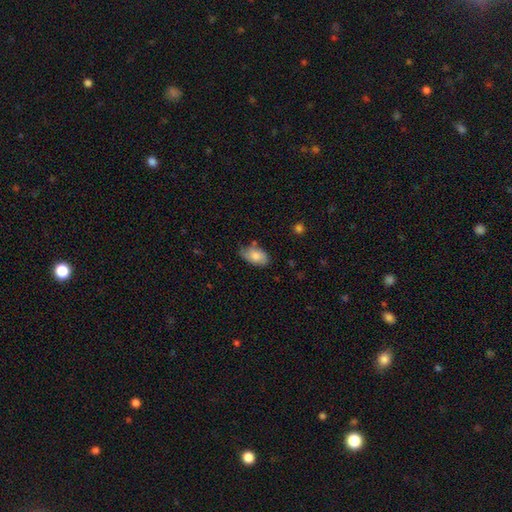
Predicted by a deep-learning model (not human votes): Morphology: type=smooth (78%); roundness=in between (92%); merging=none (59%).